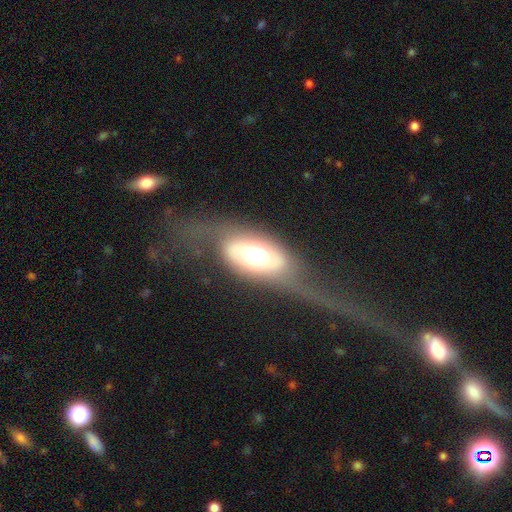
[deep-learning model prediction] Morphology: type=featured or disk (50%); merging=none (52%).